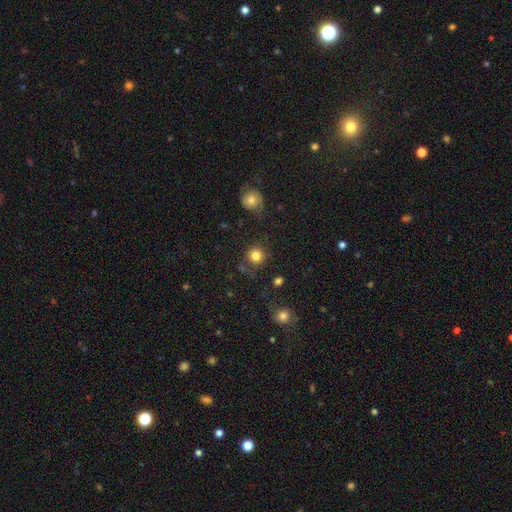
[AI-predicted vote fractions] The model was most divided on "merging": none: 82%, minor disturbance: 10%, major disturbance: 5%, merger: 4%. More confident: how rounded — round (94%); smooth or featured — smooth (84%).